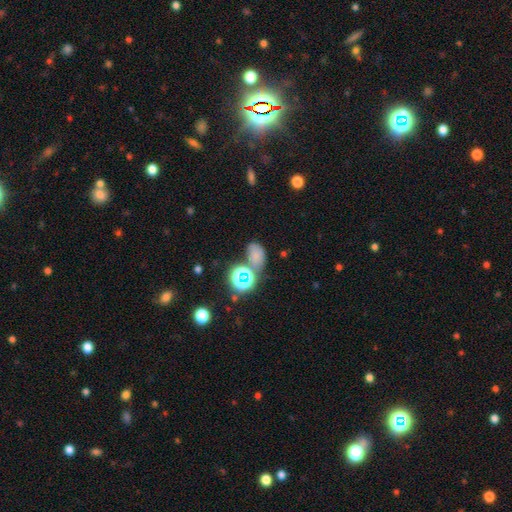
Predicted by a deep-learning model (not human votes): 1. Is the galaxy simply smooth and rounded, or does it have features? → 59% smooth, 29% star or artifact, 12% featured or disk.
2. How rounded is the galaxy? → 75% in between, 23% round, 2% cigar-shaped.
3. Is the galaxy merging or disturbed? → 48% none, 21% merger, 20% minor disturbance, 11% major disturbance.